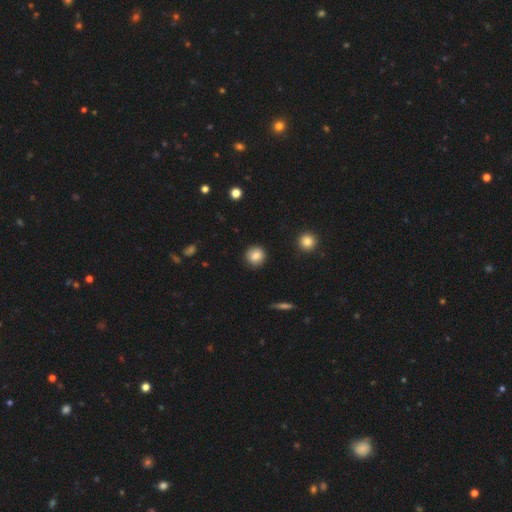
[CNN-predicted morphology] Smooth or featured? smooth (84%)
How rounded? round (90%)
Merging? none (91%)